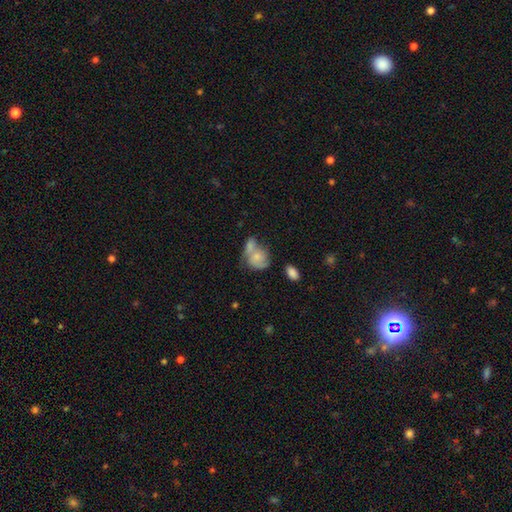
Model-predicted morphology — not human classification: Smooth or featured?
  - smooth: 58% *
  - featured or disk: 33%
  - star or artifact: 9%
How rounded?
  - in between: 52% *
  - round: 47%
  - cigar-shaped: 2%
Merging?
  - merger: 49% *
  - none: 27%
  - minor disturbance: 15%
  - major disturbance: 9%